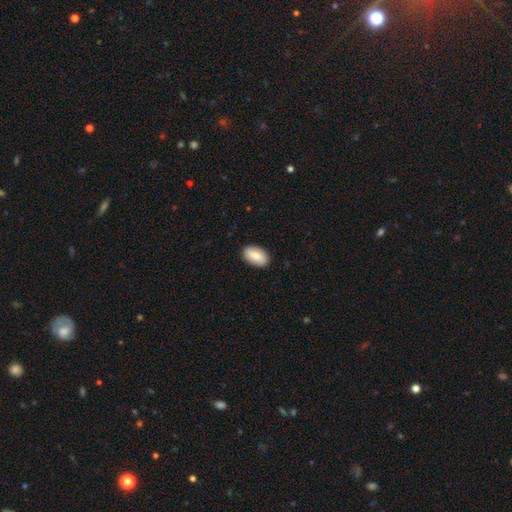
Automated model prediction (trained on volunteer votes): A smooth galaxy with no disk features (78%) that is in between round and cigar-shaped (93%).

Vote fractions:
- Smooth or featured? smooth: 78% / featured or disk: 16% / star or artifact: 6%
- How rounded? in between: 93% / round: 6% / cigar-shaped: 2%
- Merging? none: 89% / minor disturbance: 8% / major disturbance: 2% / merger: 1%